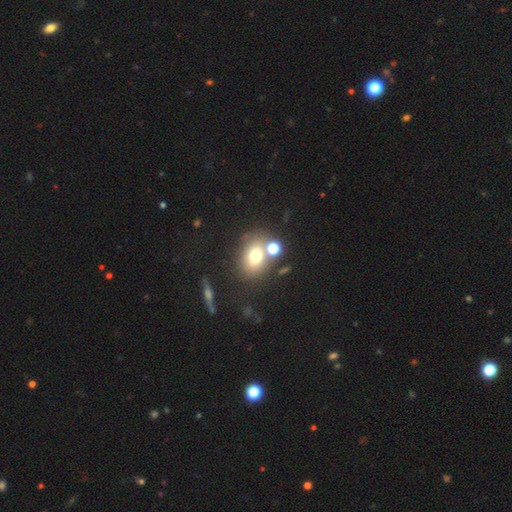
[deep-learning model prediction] Overall: smooth (69%). How rounded: round (51%; in between 48%). Merging: none (61%; merger 23%).